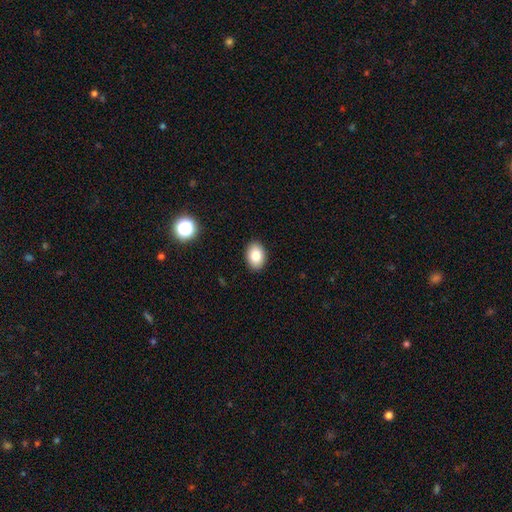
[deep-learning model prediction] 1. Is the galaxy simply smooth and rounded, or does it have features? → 83% smooth, 9% featured or disk, 9% star or artifact.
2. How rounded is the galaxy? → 84% in between, 15% round, 1% cigar-shaped.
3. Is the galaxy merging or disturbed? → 90% none, 7% minor disturbance, 2% major disturbance, 1% merger.